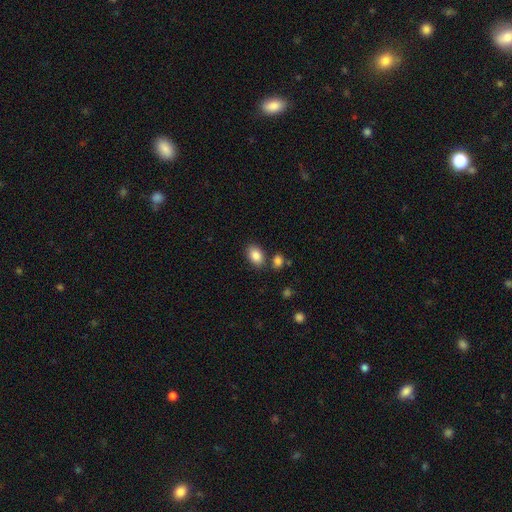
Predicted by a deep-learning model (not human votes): This appears to be a smooth galaxy with no disk features (86%) that is in between round and cigar-shaped (85%). Merging: none (77%).